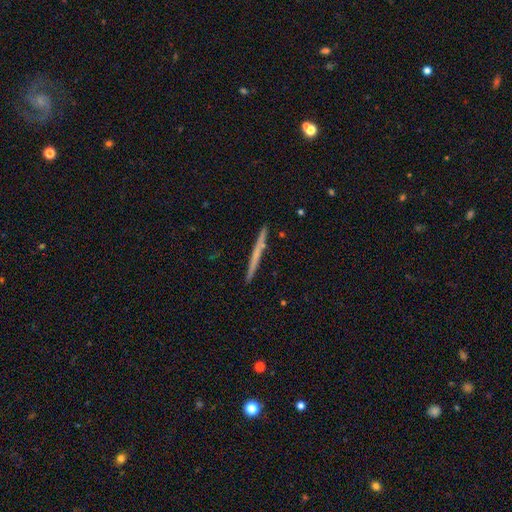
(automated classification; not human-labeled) Smooth or featured? Predicted: featured or disk (p=0.48). Merging? Predicted: none (p=0.91).